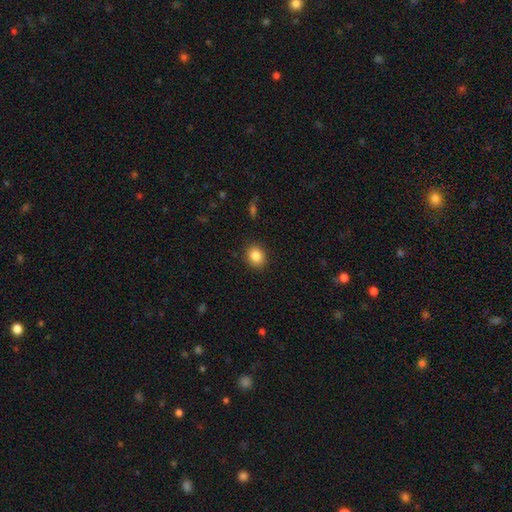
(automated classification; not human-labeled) A smooth galaxy with no disk features (86%) that is round (63%).

Vote fractions:
- Smooth or featured? smooth: 86% / star or artifact: 9% / featured or disk: 5%
- How rounded? round: 63% / in between: 37% / cigar-shaped: 1%
- Merging? none: 89% / minor disturbance: 7% / major disturbance: 2% / merger: 1%